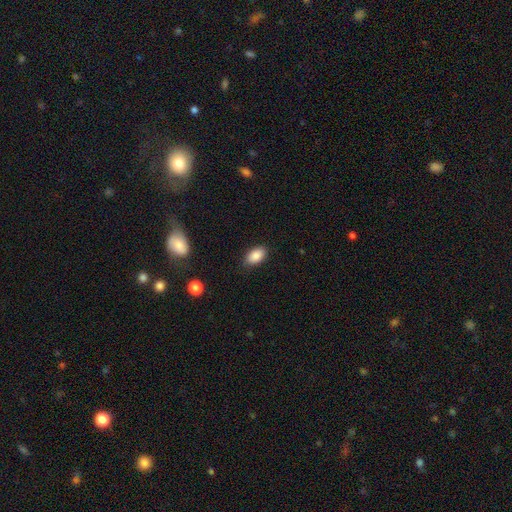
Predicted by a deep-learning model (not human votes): smooth 87%, star or artifact 8%, featured or disk 5%. Down the decision tree: how rounded — in between (92%); merging — none (85%).